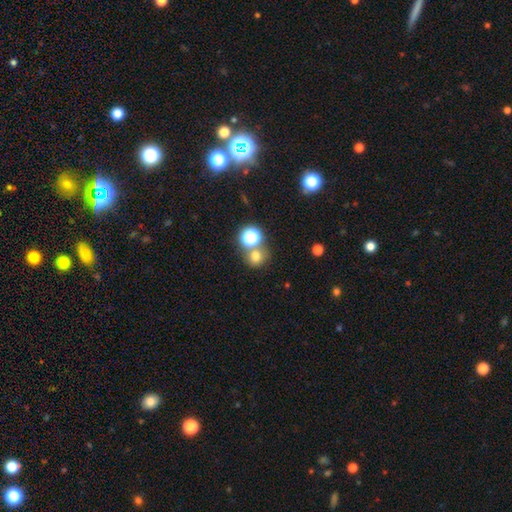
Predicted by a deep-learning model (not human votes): smooth 70%, star or artifact 21%, featured or disk 8%. Down the decision tree: how rounded — round (81%); merging — none (62%).